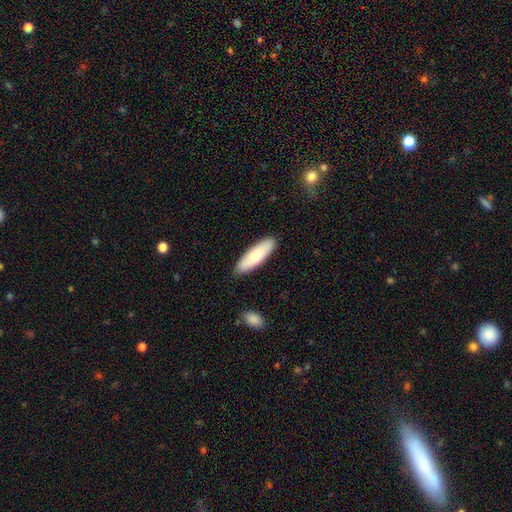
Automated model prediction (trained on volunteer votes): Smooth or featured? smooth (70%)
How rounded? in between (52%)
Merging? none (88%)